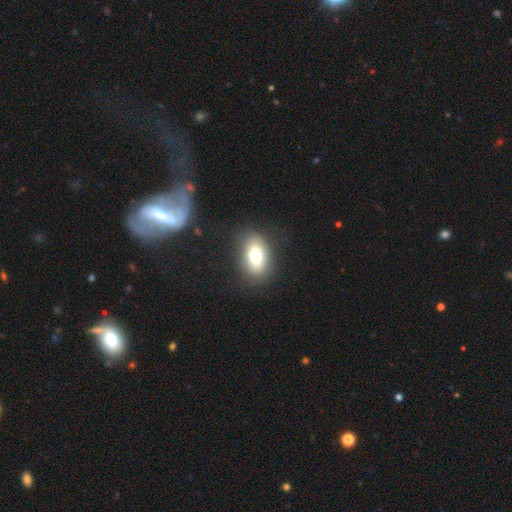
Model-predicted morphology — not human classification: smooth_or_featured: smooth (p=0.74) [alt: featured or disk p=0.17]
how_rounded: in between (p=0.86) [alt: round p=0.12]
merging: none (p=0.84) [alt: minor disturbance p=0.10]